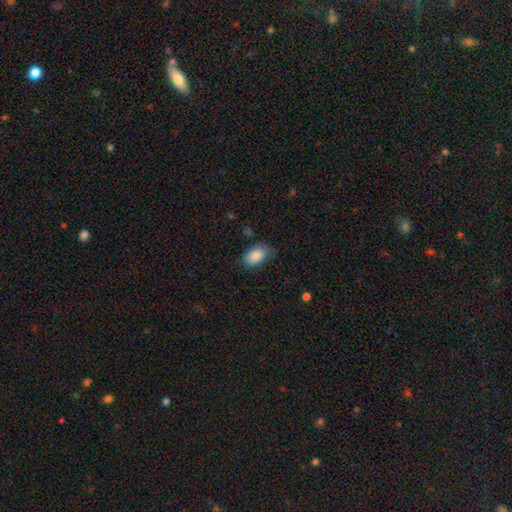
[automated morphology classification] Q: Smooth or featured?
A: smooth (85%); runner-up: featured or disk (8%)
Q: How rounded?
A: in between (93%); runner-up: round (5%)
Q: Merging?
A: none (64%); runner-up: minor disturbance (27%)